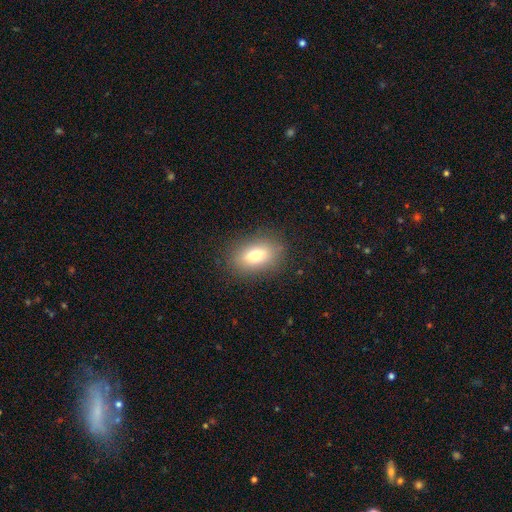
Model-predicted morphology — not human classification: A smooth galaxy with no disk features (73%) that is in between round and cigar-shaped (83%).

Vote fractions:
- Smooth or featured? smooth: 73% / featured or disk: 17% / star or artifact: 10%
- How rounded? in between: 83% / round: 12% / cigar-shaped: 4%
- Merging? none: 86% / minor disturbance: 10% / major disturbance: 4% / merger: 1%